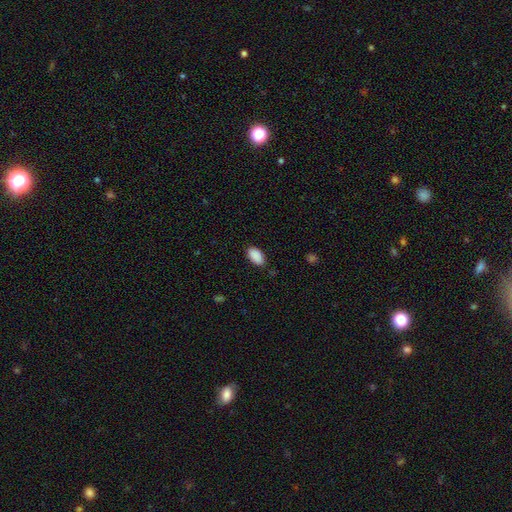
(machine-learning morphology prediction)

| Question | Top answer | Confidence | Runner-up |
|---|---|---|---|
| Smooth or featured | smooth | 90% | star or artifact (7%) |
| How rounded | in between | 94% | round (4%) |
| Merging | none | 84% | minor disturbance (13%) |